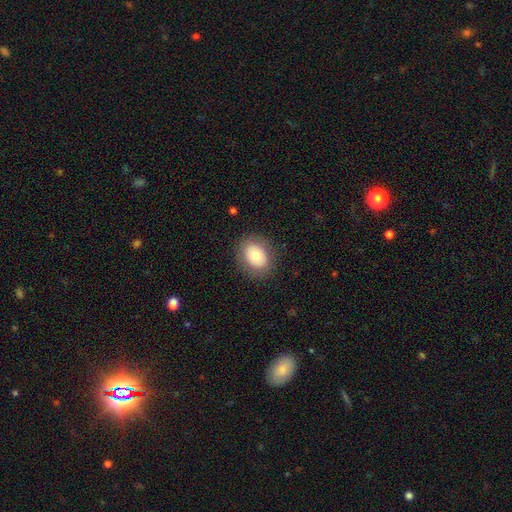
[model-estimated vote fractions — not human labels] Smooth or featured? smooth (76%)
How rounded? in between (53%)
Merging? none (85%)